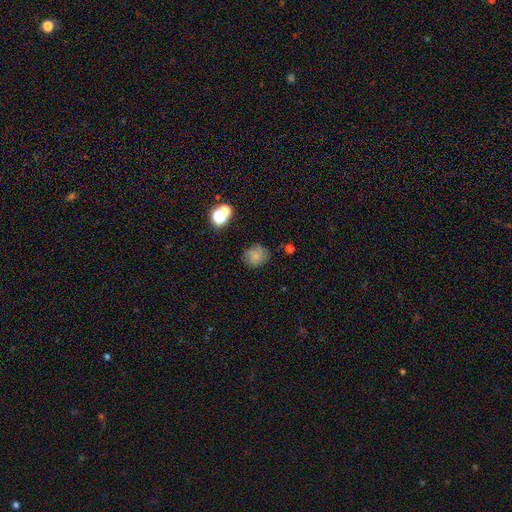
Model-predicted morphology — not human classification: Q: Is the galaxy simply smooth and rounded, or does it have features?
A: smooth — 68%.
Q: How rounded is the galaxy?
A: round — 80%.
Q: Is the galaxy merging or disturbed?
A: none — 69%.